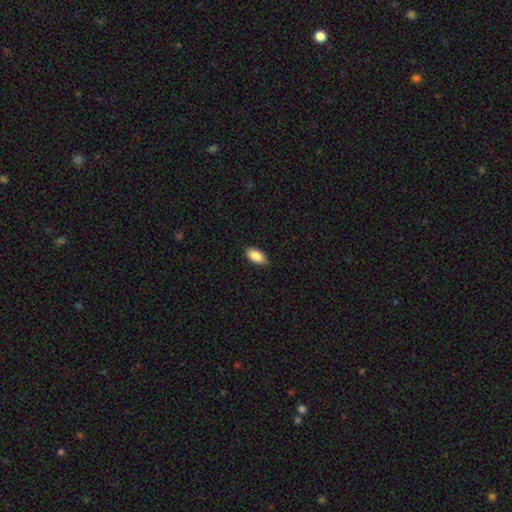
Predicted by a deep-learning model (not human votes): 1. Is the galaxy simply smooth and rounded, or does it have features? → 86% smooth, 7% featured or disk, 7% star or artifact.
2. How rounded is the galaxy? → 92% in between, 5% cigar-shaped, 3% round.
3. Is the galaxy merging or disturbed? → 86% none, 11% minor disturbance, 2% major disturbance, 1% merger.